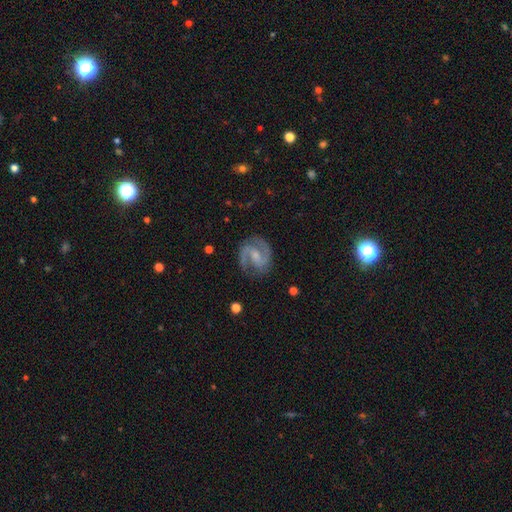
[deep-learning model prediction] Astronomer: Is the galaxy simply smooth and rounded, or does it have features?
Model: featured or disk — 89%.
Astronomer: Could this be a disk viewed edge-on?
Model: no — 98%.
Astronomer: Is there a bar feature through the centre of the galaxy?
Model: weak — 52%.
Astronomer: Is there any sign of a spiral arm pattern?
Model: yes — 98%.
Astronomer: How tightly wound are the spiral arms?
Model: medium — 59%.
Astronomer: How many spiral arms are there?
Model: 2 — 92%.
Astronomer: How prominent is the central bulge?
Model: small — 42% (runner-up: moderate, 34%).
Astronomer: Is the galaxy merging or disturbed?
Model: none — 80%.